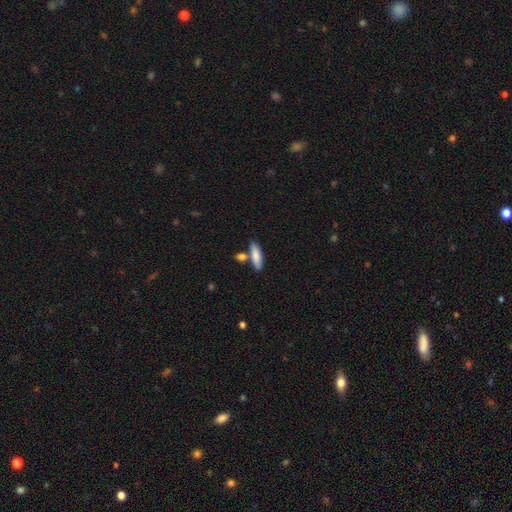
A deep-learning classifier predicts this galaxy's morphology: A smooth galaxy with no disk features (83%) that is cigar-shaped (51%).

Vote fractions:
- Smooth or featured? smooth: 83% / featured or disk: 11% / star or artifact: 6%
- How rounded? cigar-shaped: 51% / in between: 46% / round: 2%
- Merging? none: 70% / merger: 15% / minor disturbance: 12% / major disturbance: 3%